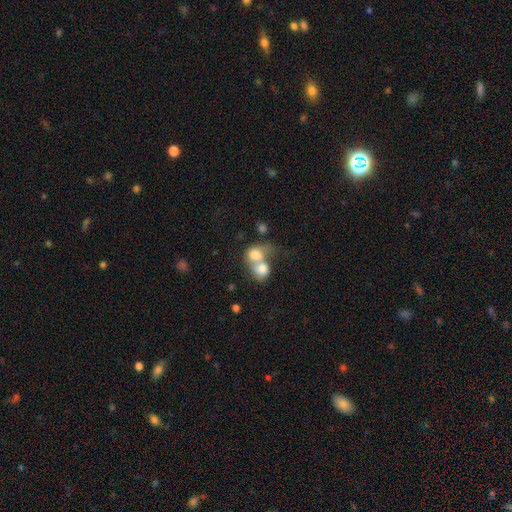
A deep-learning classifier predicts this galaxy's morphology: type=smooth (71%); roundness=round (54%); merging=merger (79%).